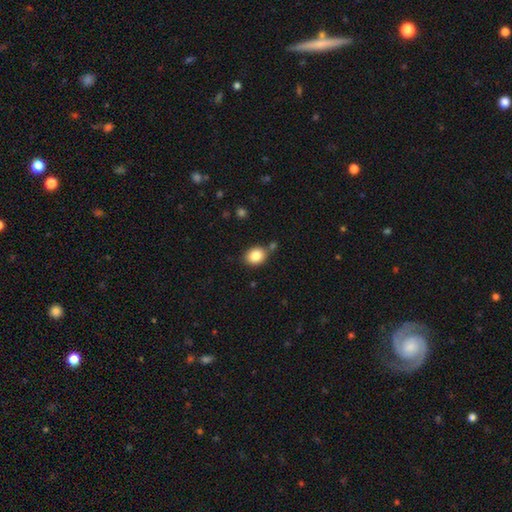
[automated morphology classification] The model was most divided on "how rounded": round: 52%, in between: 47%, cigar-shaped: 1%. More confident: smooth or featured — smooth (85%); merging — none (75%).